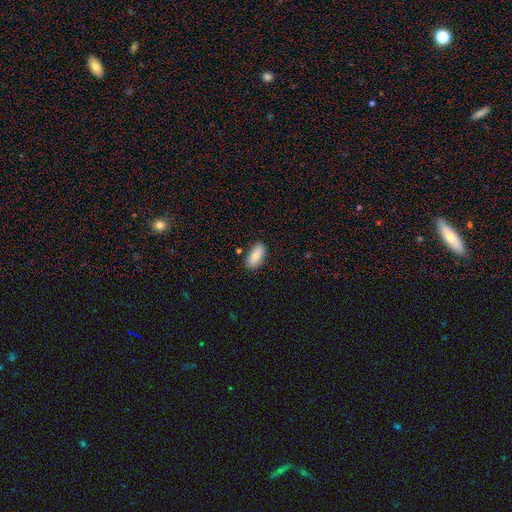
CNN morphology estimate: Smooth or featured? Predicted: smooth (p=0.88). How rounded? Predicted: in between (p=0.88). Merging? Predicted: none (p=0.84).